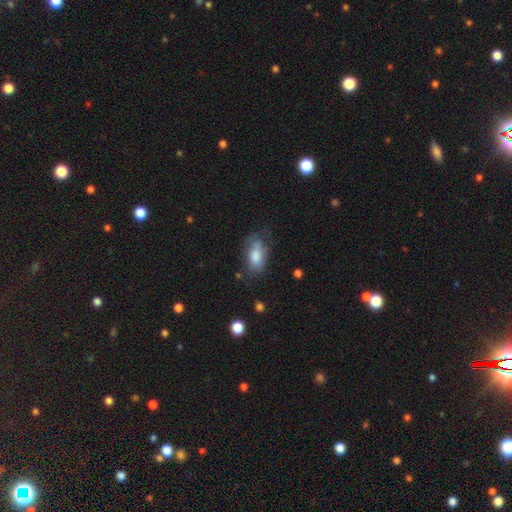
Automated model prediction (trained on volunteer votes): Overall: smooth (73%). How rounded: in between (90%). Merging: none (55%; minor disturbance 29%).